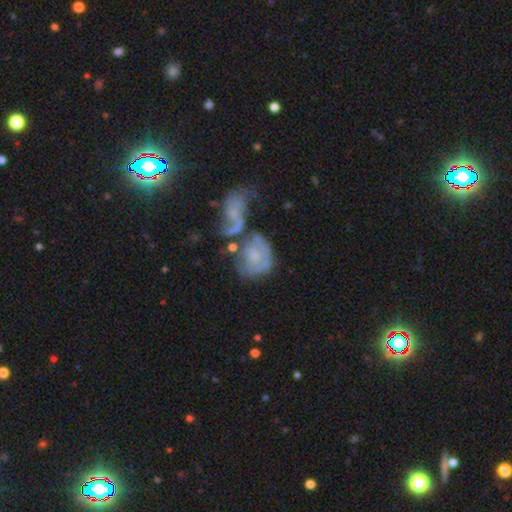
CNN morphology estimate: A featured or disk galaxy (56%) with no bar (75%), spiral arms (62%) and a small central bulge (42%).

Vote fractions:
- Smooth or featured? featured or disk: 56% / smooth: 33% / star or artifact: 11%
- Edge-on disk? no: 96% / yes: 4%
- Bar? no: 75% / weak: 21% / strong: 5%
- Spiral arms? yes: 62% / no: 38%
- Bulge size? small: 42% / none: 26% / moderate: 26% / large: 4% / dominant: 2%
- Merging? merger: 43% / none: 24% / major disturbance: 18% / minor disturbance: 15%